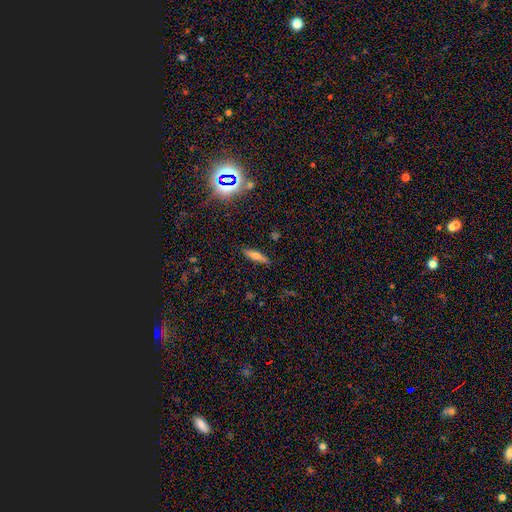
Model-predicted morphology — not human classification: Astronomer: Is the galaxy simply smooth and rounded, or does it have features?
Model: smooth — 56% (runner-up: featured or disk, 33%).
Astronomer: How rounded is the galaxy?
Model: cigar-shaped — 72%.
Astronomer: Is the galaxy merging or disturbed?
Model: none — 87%.